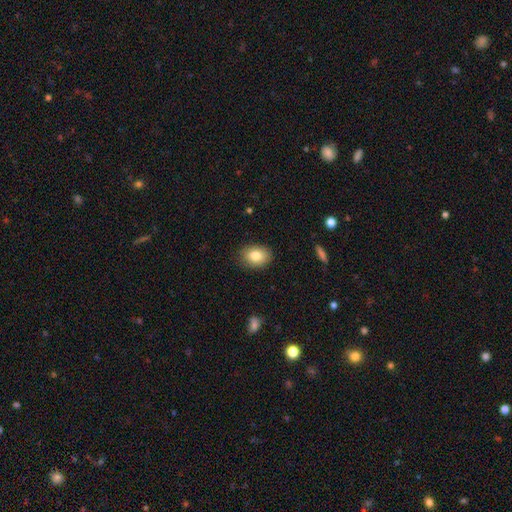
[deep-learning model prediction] Smooth or featured?
  - smooth: 82% *
  - featured or disk: 10%
  - star or artifact: 8%
How rounded?
  - in between: 68% *
  - round: 31%
  - cigar-shaped: 1%
Merging?
  - none: 87% *
  - minor disturbance: 10%
  - major disturbance: 2%
  - merger: 1%